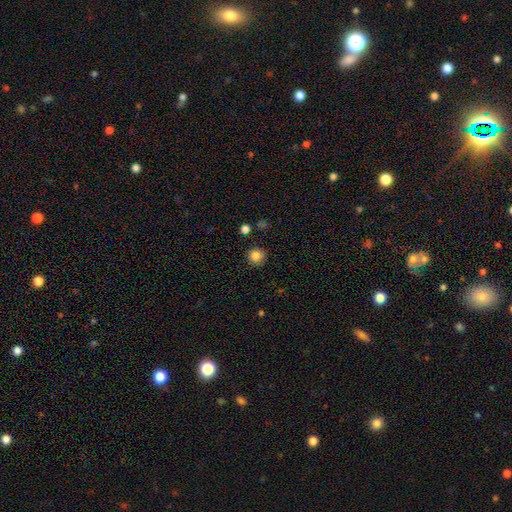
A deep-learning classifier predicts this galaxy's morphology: This is clearly a smooth galaxy (85%). How rounded: clearly round (94%). Merging: clearly none (91%).